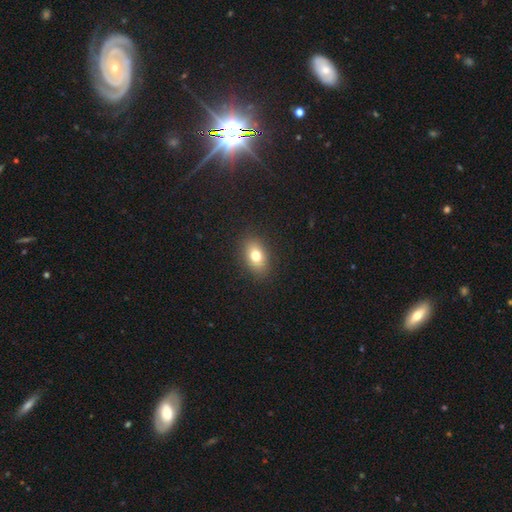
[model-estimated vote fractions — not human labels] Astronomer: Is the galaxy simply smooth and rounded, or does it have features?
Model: smooth — 75%.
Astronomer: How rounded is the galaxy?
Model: in between — 79%.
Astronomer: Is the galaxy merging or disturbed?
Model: none — 89%.